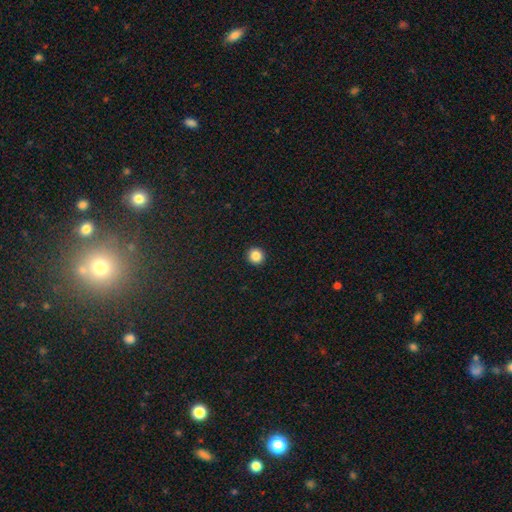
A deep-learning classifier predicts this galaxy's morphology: Smooth or featured?
  - smooth: 86% *
  - star or artifact: 10%
  - featured or disk: 4%
How rounded?
  - round: 94% *
  - in between: 5%
  - cigar-shaped: 1%
Merging?
  - none: 93% *
  - minor disturbance: 4%
  - major disturbance: 1%
  - merger: 1%